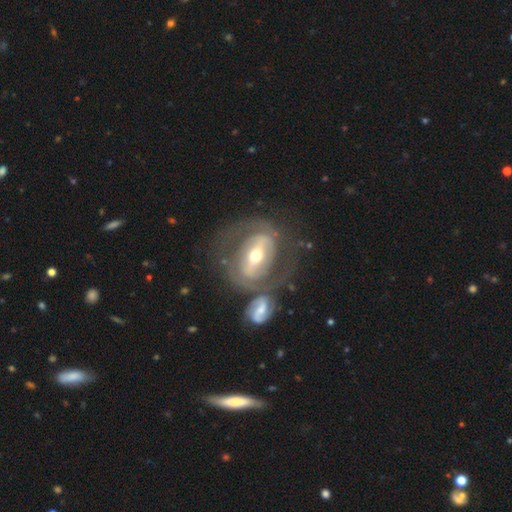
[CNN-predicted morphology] The model was most divided on "spiral arms": yes: 63%, no: 37%. More confident: edge-on disk — no (92%); smooth or featured — featured or disk (80%); bulge size — moderate (67%); bar — strong (60%); merging — none (50%).